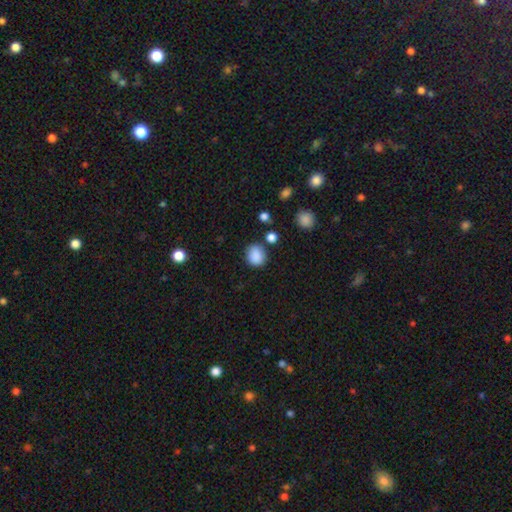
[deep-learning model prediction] A smooth galaxy with no disk features (86%) that is round (75%). Merging: none (79%).